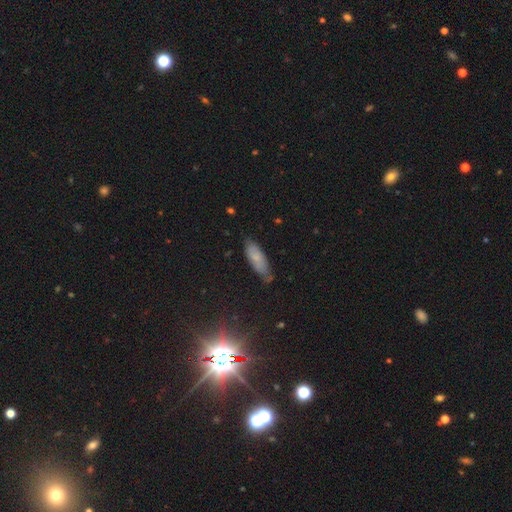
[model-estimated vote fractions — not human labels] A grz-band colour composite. It shows a smooth galaxy with no disk features (71%) that is in between round and cigar-shaped (62%). Merging: none (62%).